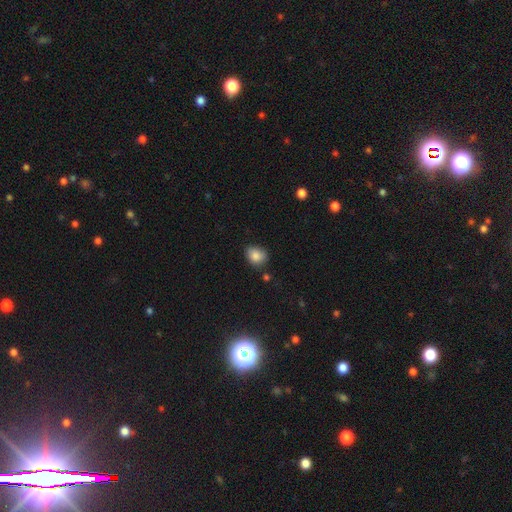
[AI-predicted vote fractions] Smooth or featured?
  - smooth: 85% *
  - star or artifact: 9%
  - featured or disk: 6%
How rounded?
  - in between: 50% *
  - round: 49%
  - cigar-shaped: 1%
Merging?
  - none: 74% *
  - minor disturbance: 19%
  - merger: 4%
  - major disturbance: 3%